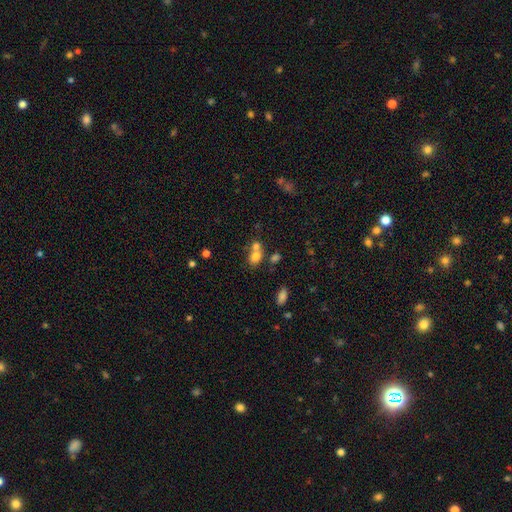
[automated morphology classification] Smooth or featured? smooth (74%)
How rounded? in between (53%)
Merging? merger (57%)